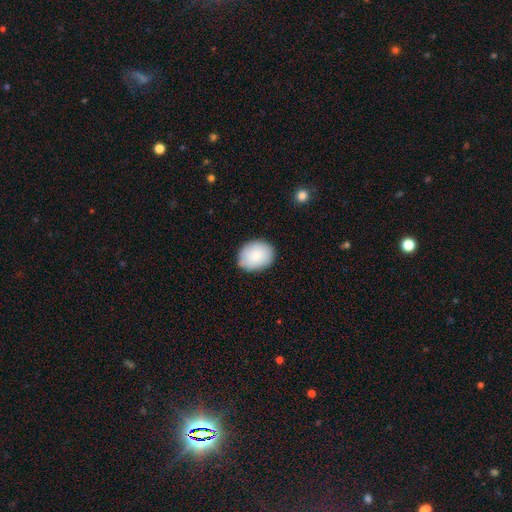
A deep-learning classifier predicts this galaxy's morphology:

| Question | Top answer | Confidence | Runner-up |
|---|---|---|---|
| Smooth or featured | smooth | 85% | featured or disk (9%) |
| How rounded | in between | 54% | round (45%) |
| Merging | none | 84% | minor disturbance (12%) |